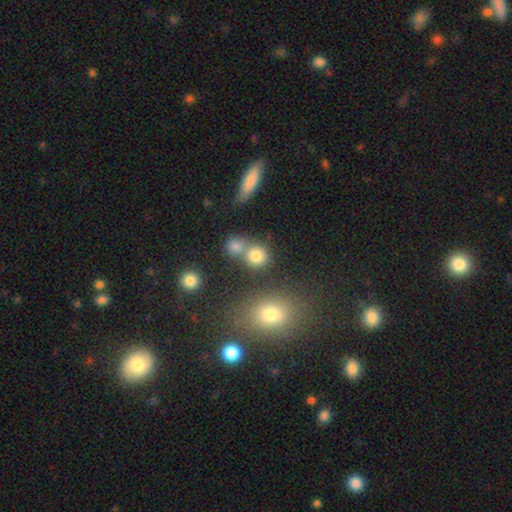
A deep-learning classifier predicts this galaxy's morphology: A smooth galaxy with no disk features (78%) that is round (81%).

Vote fractions:
- Smooth or featured? smooth: 78% / star or artifact: 14% / featured or disk: 8%
- How rounded? round: 81% / in between: 18% / cigar-shaped: 1%
- Merging? none: 56% / merger: 31% / minor disturbance: 8% / major disturbance: 4%